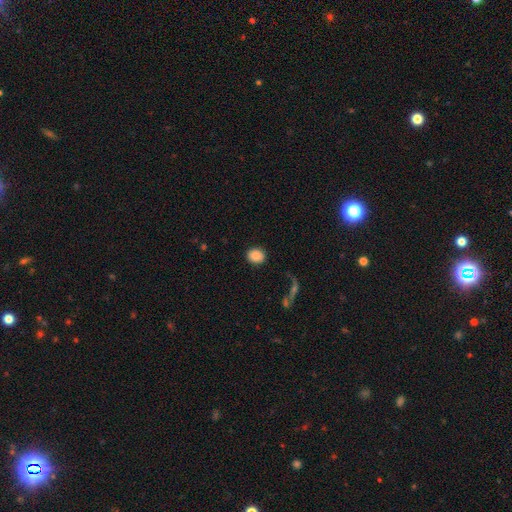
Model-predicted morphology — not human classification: The model was most divided on "how rounded": round: 67%, in between: 32%, cigar-shaped: 1%. More confident: merging — none (88%); smooth or featured — smooth (87%).